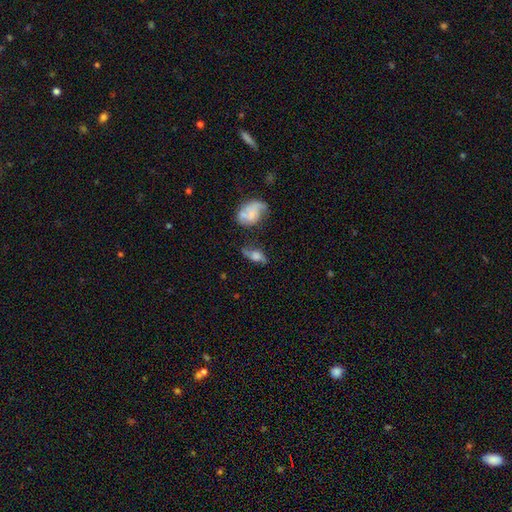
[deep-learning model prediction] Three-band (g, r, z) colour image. It shows a smooth galaxy with no disk features (47%). Merging: none (51%).